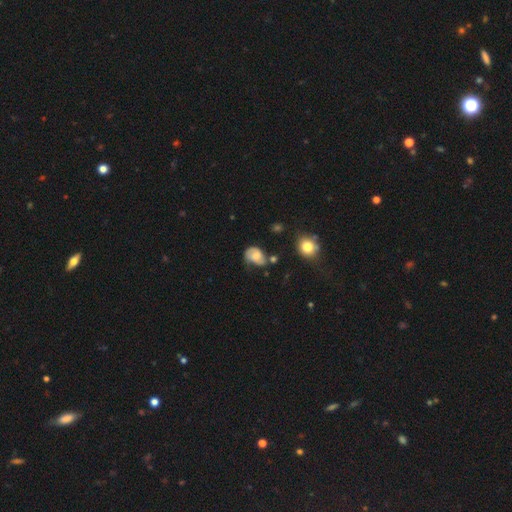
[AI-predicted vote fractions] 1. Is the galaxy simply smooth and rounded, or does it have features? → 58% smooth, 33% featured or disk, 9% star or artifact.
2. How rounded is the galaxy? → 72% in between, 27% round, 1% cigar-shaped.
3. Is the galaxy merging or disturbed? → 38% none, 37% minor disturbance, 18% major disturbance, 7% merger.